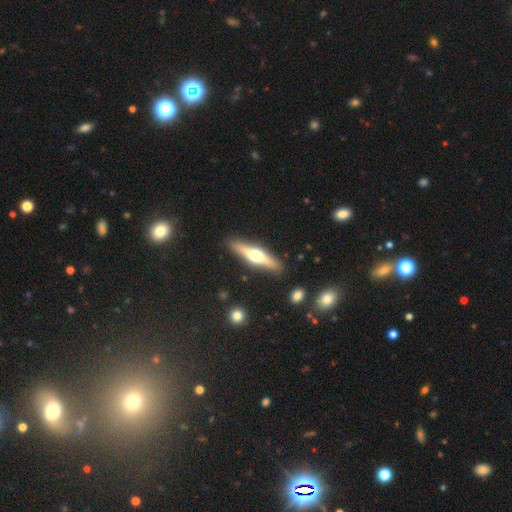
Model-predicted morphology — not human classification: The model was most divided on "smooth or featured": featured or disk: 59%, smooth: 36%, star or artifact: 5%. More confident: edge-on disk — yes (95%); edge-on bulge — rounded (93%); merging — none (89%).